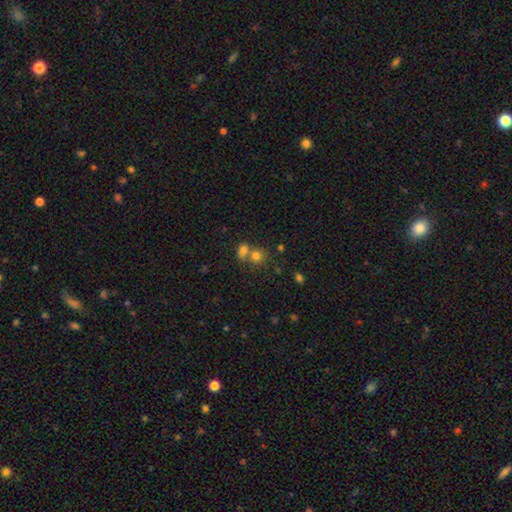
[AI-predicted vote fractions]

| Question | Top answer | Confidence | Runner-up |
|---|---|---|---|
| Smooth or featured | smooth | 74% | star or artifact (16%) |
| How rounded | round | 76% | in between (23%) |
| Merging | merger | 47% | none (43%) |